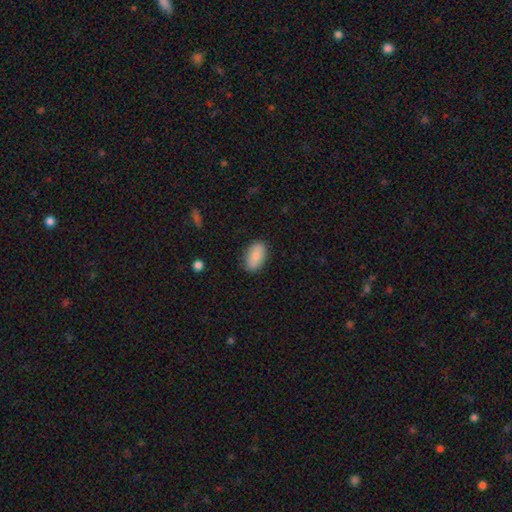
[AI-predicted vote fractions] This appears to be a smooth galaxy with no disk features (80%) that is in between round and cigar-shaped (92%). Merging: none (85%).